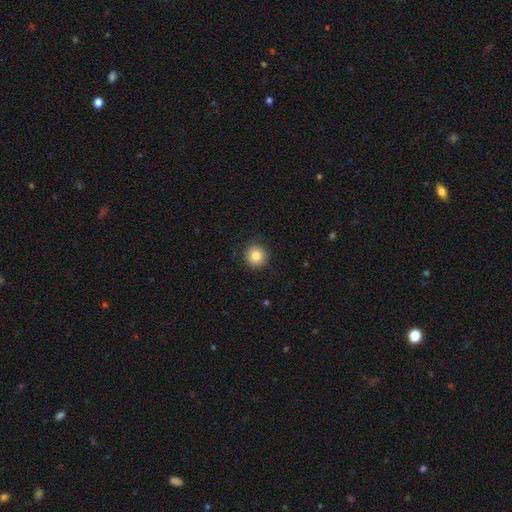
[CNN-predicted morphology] smooth_or_featured: smooth (p=0.84) [alt: star or artifact p=0.10]
how_rounded: round (p=0.94) [alt: in between p=0.05]
merging: none (p=0.90) [alt: minor disturbance p=0.07]